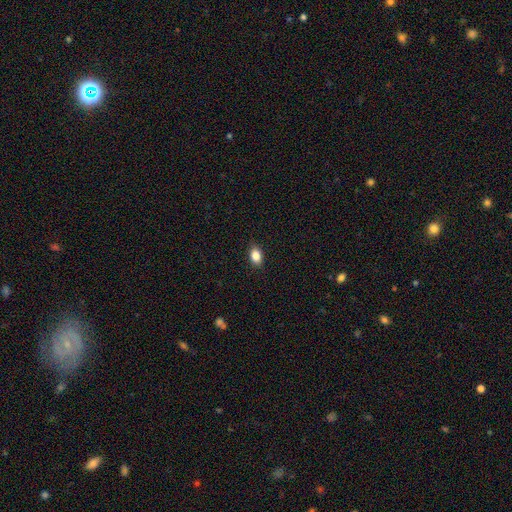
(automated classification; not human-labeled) The model was most divided on "how rounded": in between: 80%, round: 18%, cigar-shaped: 2%. More confident: merging — none (86%); smooth or featured — smooth (84%).